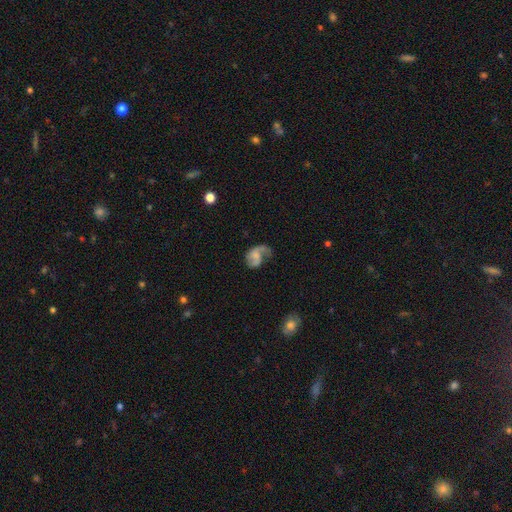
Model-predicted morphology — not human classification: Smooth or featured? Predicted: featured or disk (p=0.58). Edge-on disk? Predicted: no (p=0.98). Bar? Predicted: no (p=0.66). Spiral arms? Predicted: yes (p=0.81). Bulge size? Predicted: small (p=0.38). Merging? Predicted: major disturbance (p=0.43).